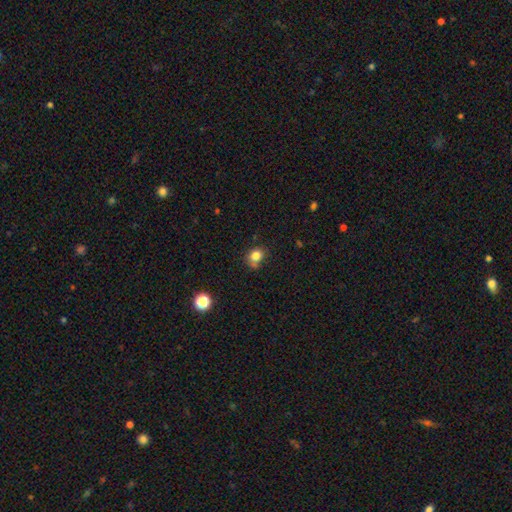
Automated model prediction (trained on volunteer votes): This appears to be a smooth galaxy with no disk features (81%) that is round (62%). Merging: none (59%).